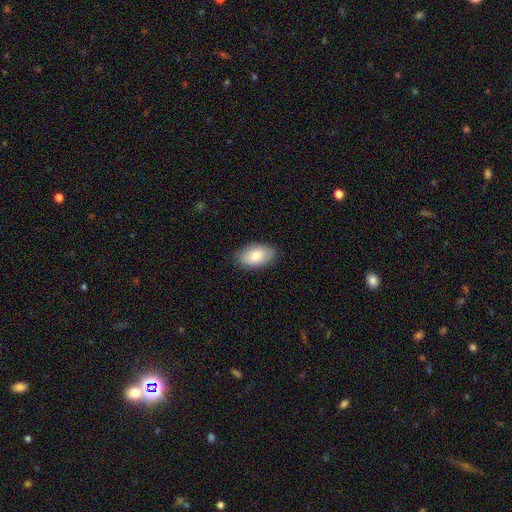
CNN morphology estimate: Overall: smooth (81%). How rounded: in between (94%). Merging: none (86%).